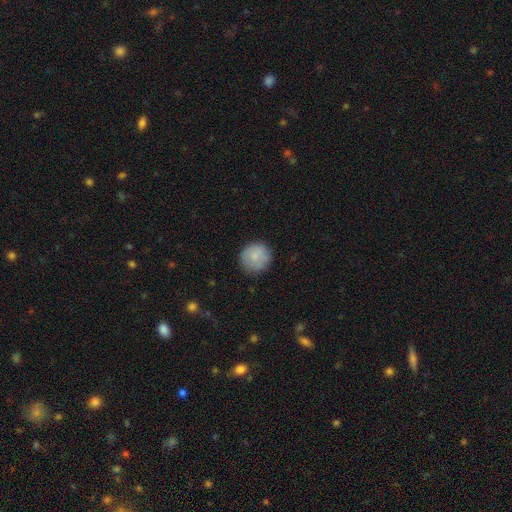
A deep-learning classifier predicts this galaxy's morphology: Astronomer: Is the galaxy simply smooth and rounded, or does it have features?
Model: smooth — 81%.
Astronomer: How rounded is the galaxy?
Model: round — 92%.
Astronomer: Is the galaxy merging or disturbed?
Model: none — 83%.